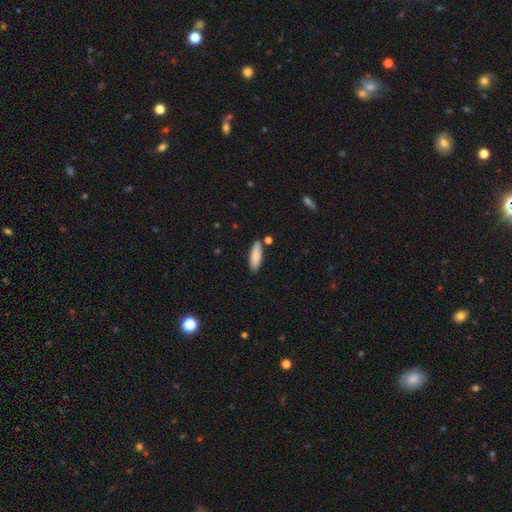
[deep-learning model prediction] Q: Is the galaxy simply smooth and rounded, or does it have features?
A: smooth — 82%.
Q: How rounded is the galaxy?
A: cigar-shaped — 50%.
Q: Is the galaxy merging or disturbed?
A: none — 83%.